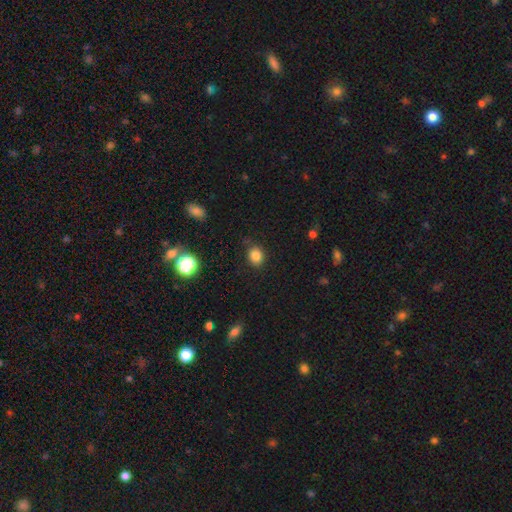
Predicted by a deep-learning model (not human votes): A smooth galaxy with no disk features (83%) that is round (69%). Merging: none (83%).